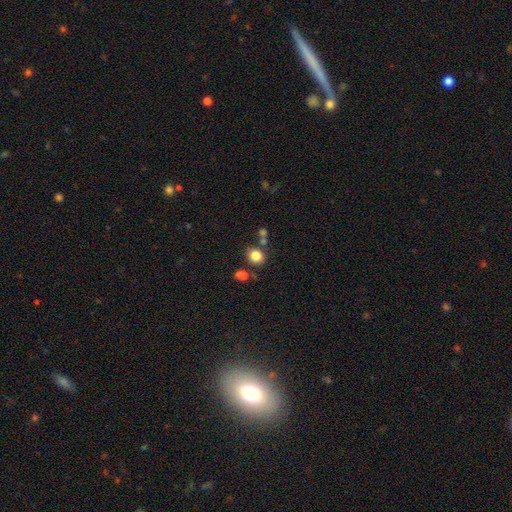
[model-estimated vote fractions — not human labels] The model was most divided on "how rounded": round: 68%, in between: 31%, cigar-shaped: 1%. More confident: smooth or featured — smooth (83%); merging — none (72%).